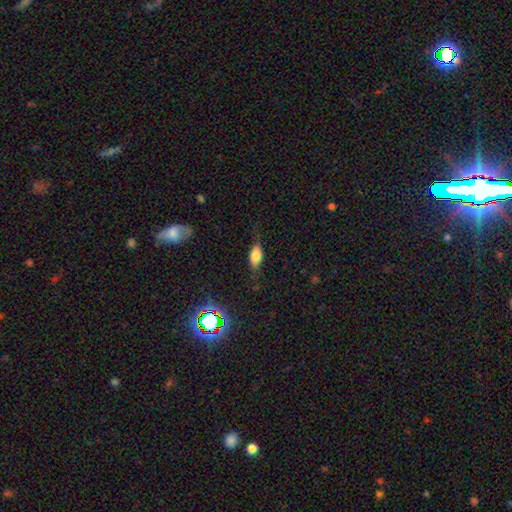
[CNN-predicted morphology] type=smooth (72%); roundness=in between (85%); merging=none (71%).